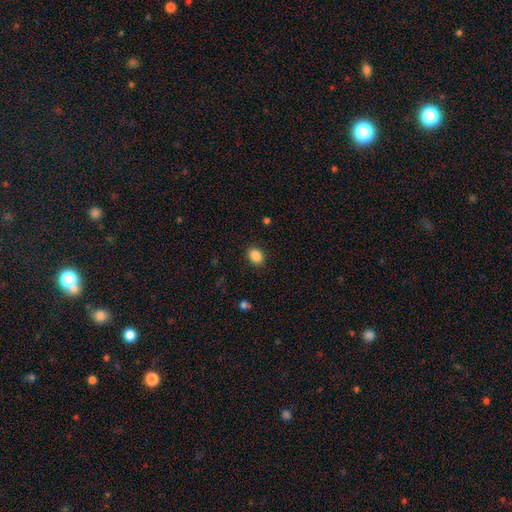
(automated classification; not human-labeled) Smooth or featured: smooth — 88% (star or artifact — 9%)
How rounded: in between — 66% (round — 33%)
Merging: none — 89% (minor disturbance — 8%)